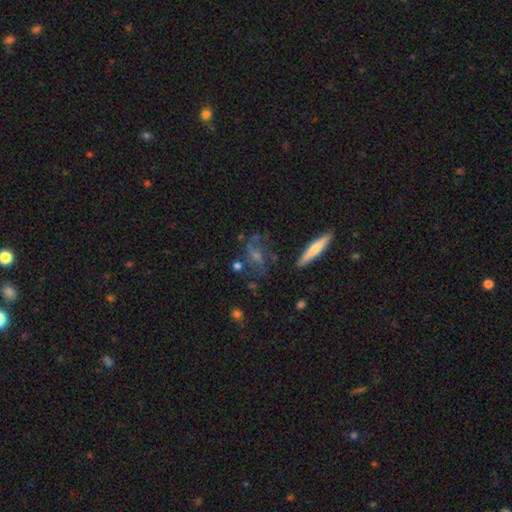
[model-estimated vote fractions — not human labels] Smooth or featured? featured or disk (50%)
Edge-on disk? no (61%)
Merging? none (65%)